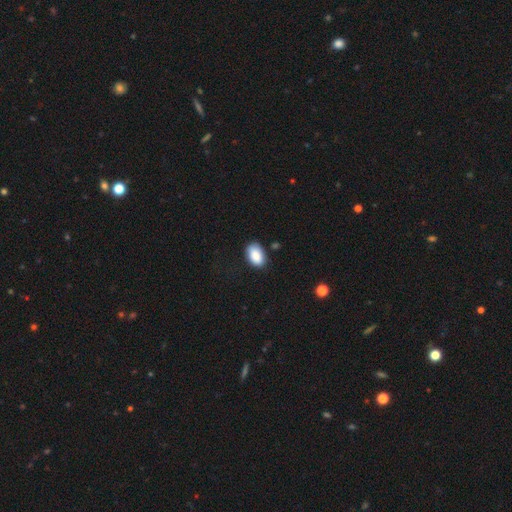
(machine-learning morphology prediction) Smooth or featured: smooth — 87% (star or artifact — 7%)
How rounded: in between — 91% (round — 7%)
Merging: none — 77% (minor disturbance — 17%)